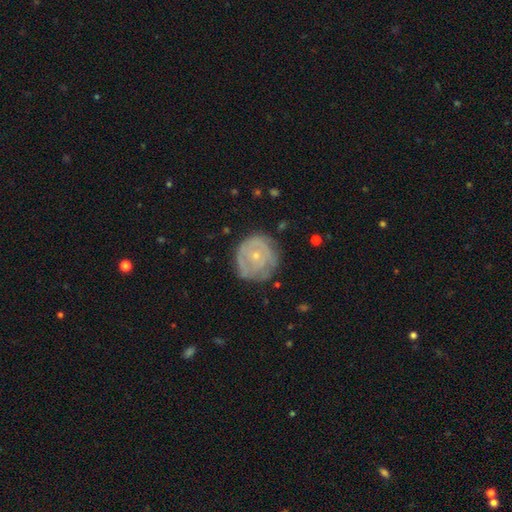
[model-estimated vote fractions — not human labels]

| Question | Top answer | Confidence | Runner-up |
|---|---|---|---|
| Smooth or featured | featured or disk | 66% | smooth (27%) |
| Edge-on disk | no | 97% | yes (3%) |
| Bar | no | 84% | weak (13%) |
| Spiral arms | yes | 69% | no (31%) |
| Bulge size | small | 75% | moderate (21%) |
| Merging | none | 70% | minor disturbance (21%) |